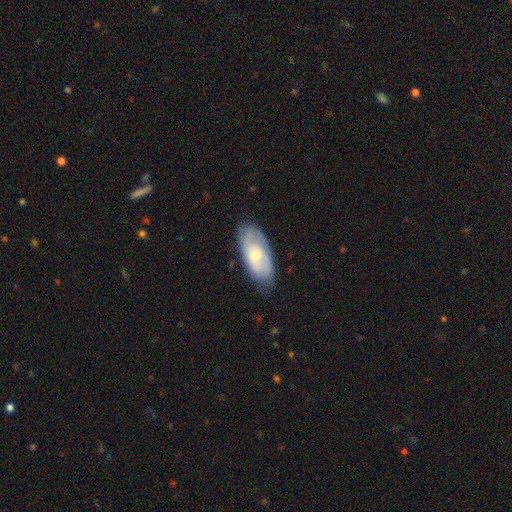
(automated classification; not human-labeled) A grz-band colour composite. It shows a featured or disk galaxy (49%). Merging: none (70%).